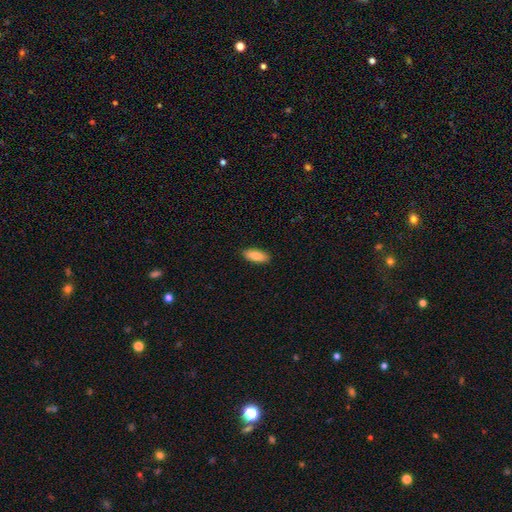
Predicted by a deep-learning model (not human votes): Morphology: type=smooth (85%); roundness=in between (76%); merging=none (90%).